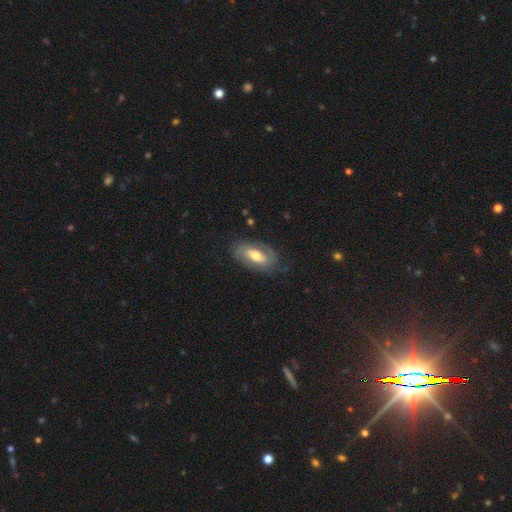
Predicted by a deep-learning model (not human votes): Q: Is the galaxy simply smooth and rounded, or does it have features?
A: featured or disk — 64%.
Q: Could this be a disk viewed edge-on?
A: no — 91%.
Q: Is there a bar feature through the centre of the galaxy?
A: no — 39%.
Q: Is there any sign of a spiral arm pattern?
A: yes — 77%.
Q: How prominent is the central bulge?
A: moderate — 66%.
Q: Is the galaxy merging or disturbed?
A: none — 72%.